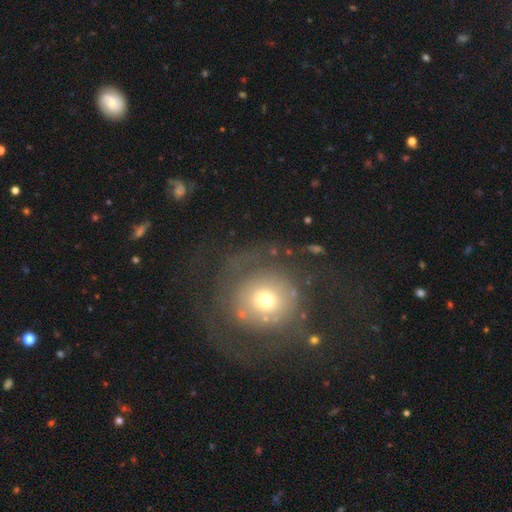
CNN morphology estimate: Q: Smooth or featured?
A: featured or disk (59%); runner-up: smooth (28%)
Q: Edge-on disk?
A: no (96%); runner-up: yes (4%)
Q: Bar?
A: no (81%); runner-up: weak (14%)
Q: Spiral arms?
A: yes (58%); runner-up: no (42%)
Q: Bulge size?
A: moderate (54%); runner-up: small (31%)
Q: Merging?
A: none (64%); runner-up: major disturbance (21%)